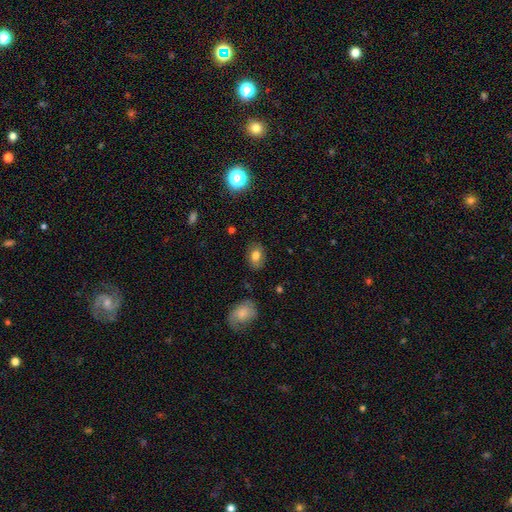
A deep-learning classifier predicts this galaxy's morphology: Smooth or featured: smooth — 77% (featured or disk — 13%)
How rounded: in between — 74% (round — 24%)
Merging: none — 83% (minor disturbance — 12%)